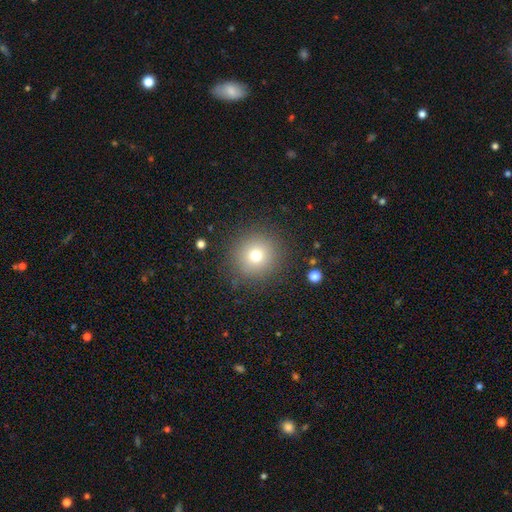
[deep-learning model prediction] Q: Smooth or featured?
A: smooth (73%); runner-up: star or artifact (15%)
Q: How rounded?
A: round (94%); runner-up: in between (5%)
Q: Merging?
A: none (87%); runner-up: minor disturbance (7%)